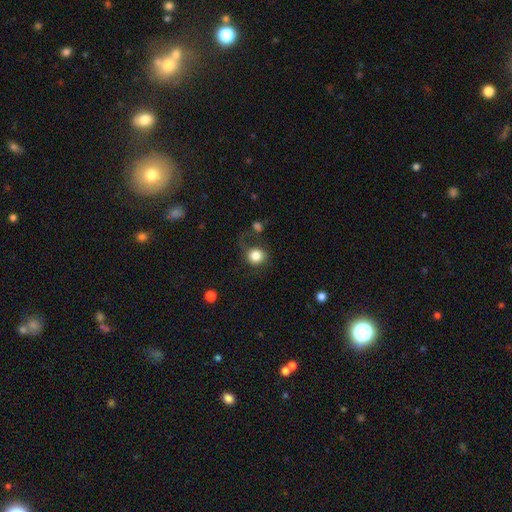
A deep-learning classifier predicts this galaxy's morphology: Q: Smooth or featured?
A: smooth (82%); runner-up: star or artifact (9%)
Q: How rounded?
A: round (86%); runner-up: in between (13%)
Q: Merging?
A: none (56%); runner-up: major disturbance (19%)